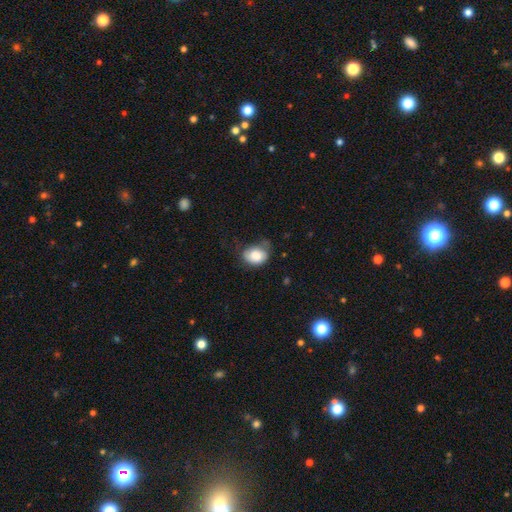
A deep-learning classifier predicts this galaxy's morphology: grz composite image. It shows a smooth galaxy with no disk features (83%) that is in between round and cigar-shaped (60%). Merging: none (44%).